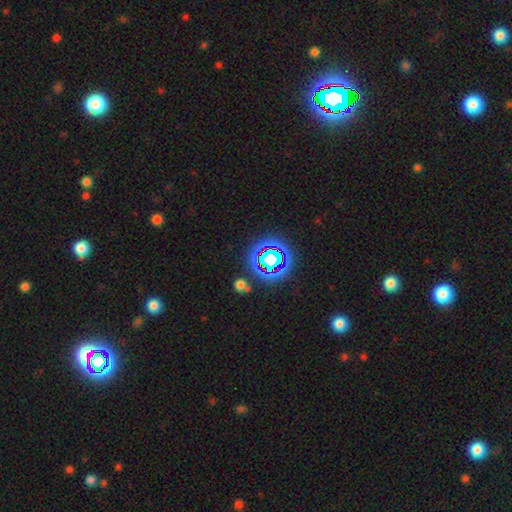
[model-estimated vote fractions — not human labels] This appears to be a star or artifact, not a galaxy (79%).